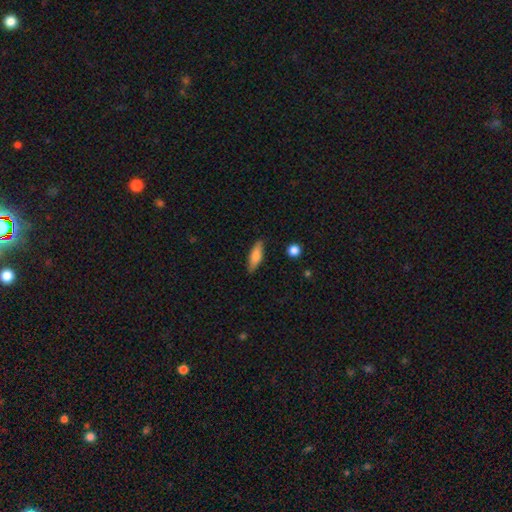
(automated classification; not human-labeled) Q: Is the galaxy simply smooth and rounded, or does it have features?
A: smooth — 74%.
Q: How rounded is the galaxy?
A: in between — 50%.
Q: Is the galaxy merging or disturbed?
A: none — 84%.